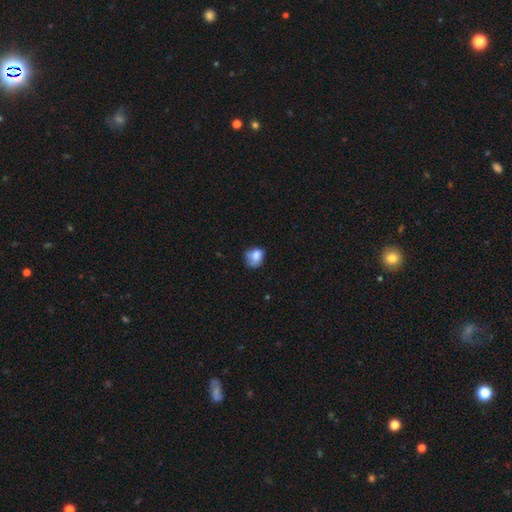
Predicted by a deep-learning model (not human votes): Overall: smooth (74%). How rounded: round (55%; in between 44%). Merging: none (43%; minor disturbance 35%).